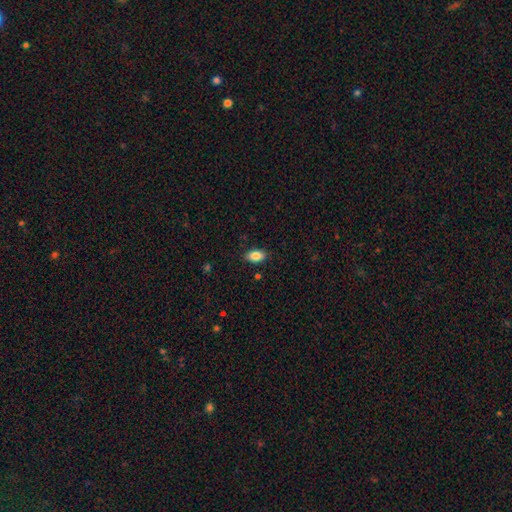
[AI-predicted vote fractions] Morphology: type=smooth (87%); roundness=in between (91%); merging=none (86%).